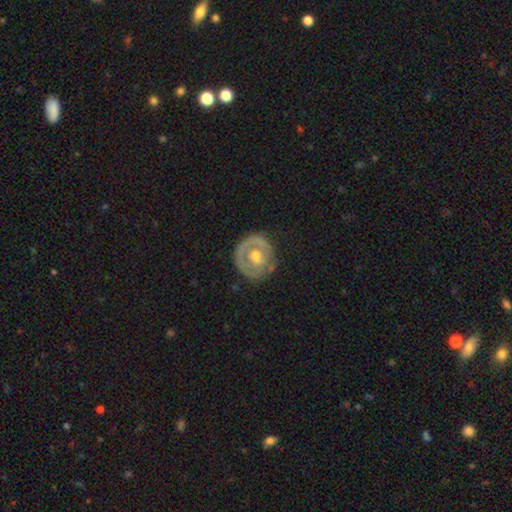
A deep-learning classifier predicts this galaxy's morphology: Smooth or featured?
  - featured or disk: 61% *
  - smooth: 34%
  - star or artifact: 5%
Edge-on disk?
  - no: 96% *
  - yes: 4%
Bar?
  - no: 70% *
  - weak: 24%
  - strong: 6%
Spiral arms?
  - no: 64% *
  - yes: 36%
Bulge size?
  - moderate: 69% *
  - small: 18%
  - large: 10%
  - none: 2%
  - dominant: 1%
Merging?
  - none: 70% *
  - minor disturbance: 20%
  - major disturbance: 8%
  - merger: 2%